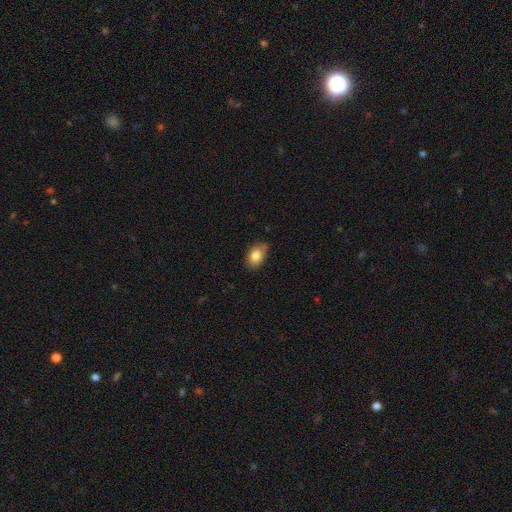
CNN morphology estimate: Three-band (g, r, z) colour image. It shows a smooth galaxy with no disk features (82%) that is in between round and cigar-shaped (84%). Merging: none (69%).